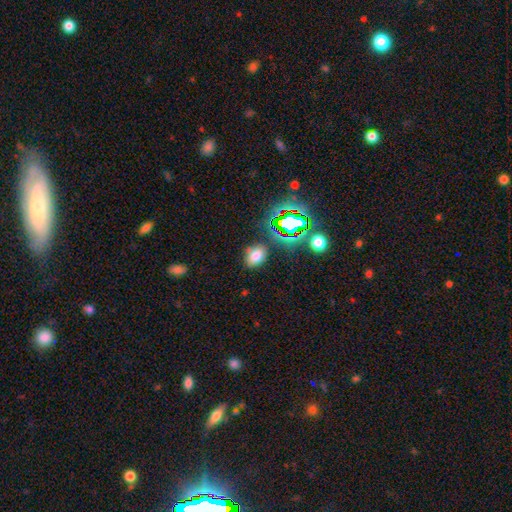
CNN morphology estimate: Q: Smooth or featured?
A: smooth (70%); runner-up: star or artifact (21%)
Q: How rounded?
A: in between (76%); runner-up: round (23%)
Q: Merging?
A: none (78%); runner-up: minor disturbance (14%)